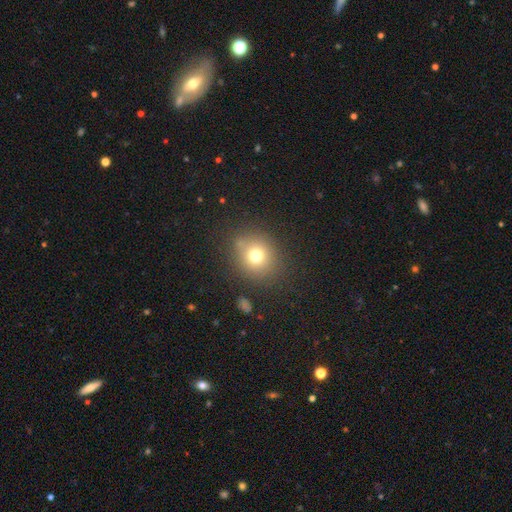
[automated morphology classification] Q: Smooth or featured?
A: smooth (73%); runner-up: star or artifact (15%)
Q: How rounded?
A: round (80%); runner-up: in between (19%)
Q: Merging?
A: none (82%); runner-up: minor disturbance (11%)